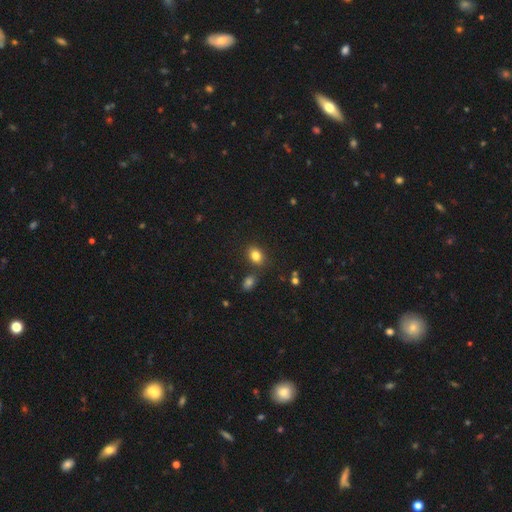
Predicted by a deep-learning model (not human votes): Q: Smooth or featured?
A: smooth (83%); runner-up: star or artifact (11%)
Q: How rounded?
A: in between (68%); runner-up: round (31%)
Q: Merging?
A: none (78%); runner-up: minor disturbance (11%)